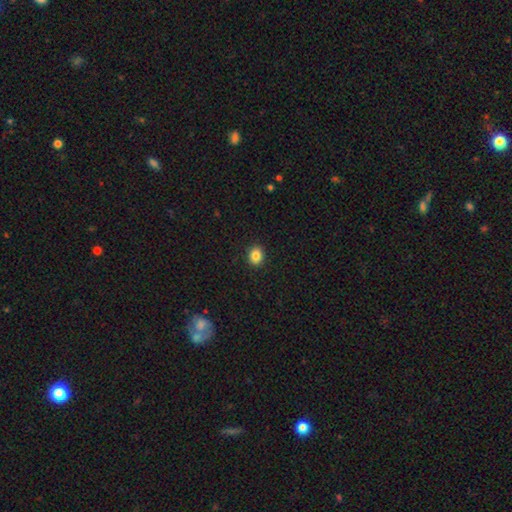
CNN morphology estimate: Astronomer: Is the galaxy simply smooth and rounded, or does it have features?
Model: smooth — 85%.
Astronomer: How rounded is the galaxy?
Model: round — 61% (runner-up: in between, 39%).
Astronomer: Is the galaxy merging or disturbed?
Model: none — 92%.